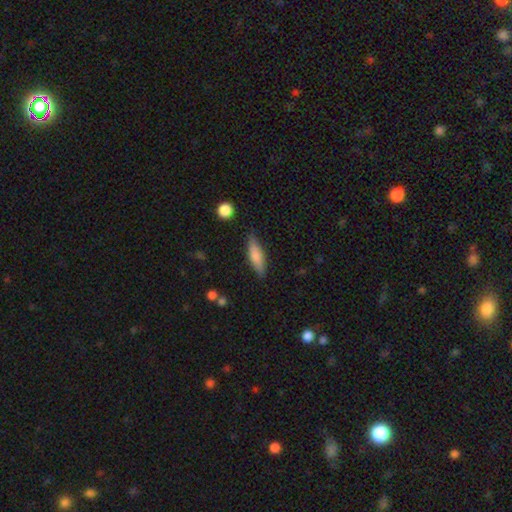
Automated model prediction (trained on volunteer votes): Morphology: type=smooth (66%); roundness=cigar-shaped (60%); merging=none (83%).